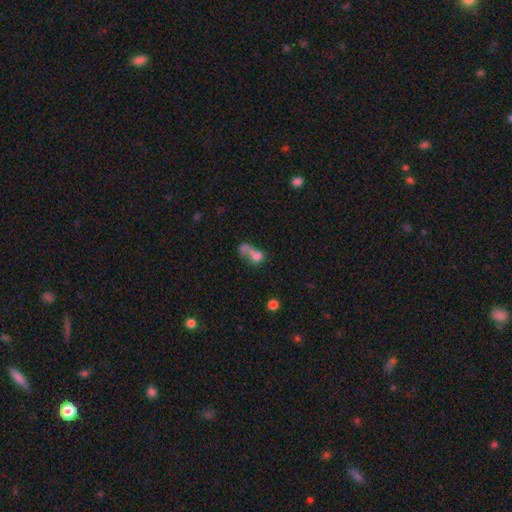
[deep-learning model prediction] Smooth or featured? Predicted: smooth (p=0.61). How rounded? Predicted: in between (p=0.54). Merging? Predicted: merger (p=0.54).